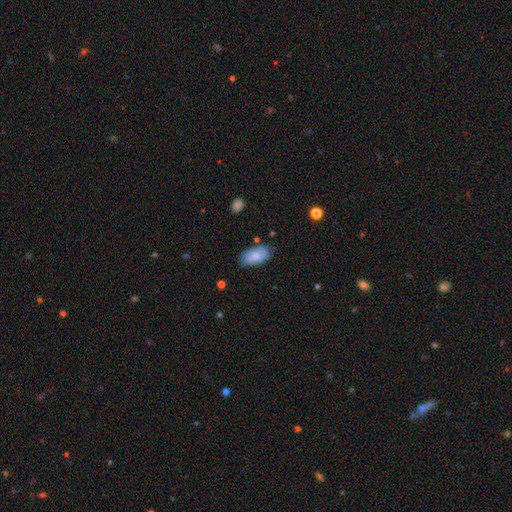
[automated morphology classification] Smooth or featured? smooth (75%)
How rounded? in between (94%)
Merging? none (74%)